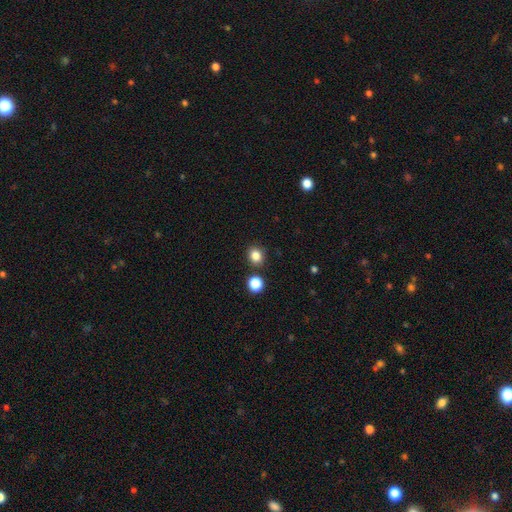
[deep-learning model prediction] A smooth galaxy with no disk features (84%) that is round (72%).

Vote fractions:
- Smooth or featured? smooth: 84% / star or artifact: 12% / featured or disk: 4%
- How rounded? round: 72% / in between: 27% / cigar-shaped: 1%
- Merging? none: 83% / minor disturbance: 8% / merger: 6% / major disturbance: 2%